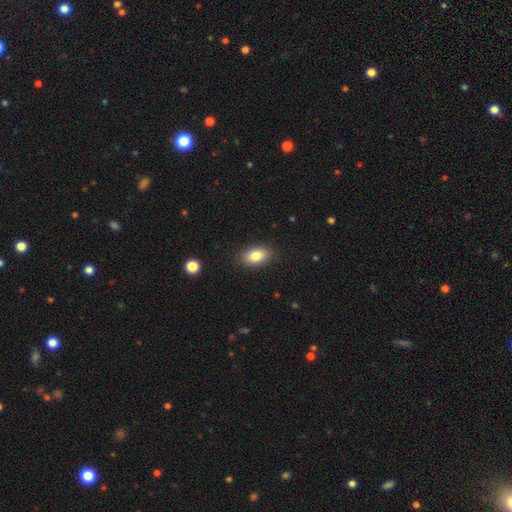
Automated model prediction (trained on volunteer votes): The model was most divided on "smooth or featured": smooth: 83%, featured or disk: 9%, star or artifact: 8%. More confident: how rounded — in between (88%); merging — none (87%).